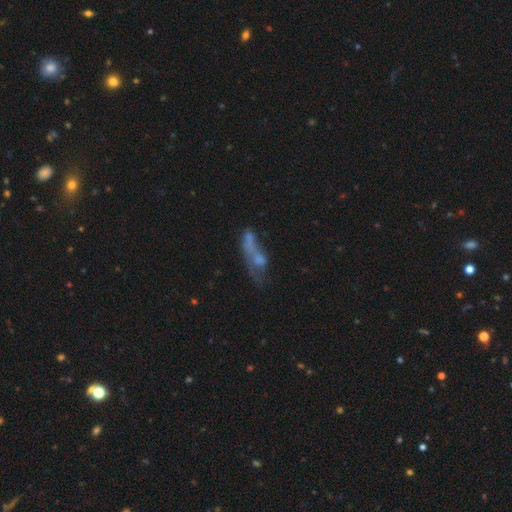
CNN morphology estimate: A smooth galaxy with no disk features (42%). Merging: merger (32%).